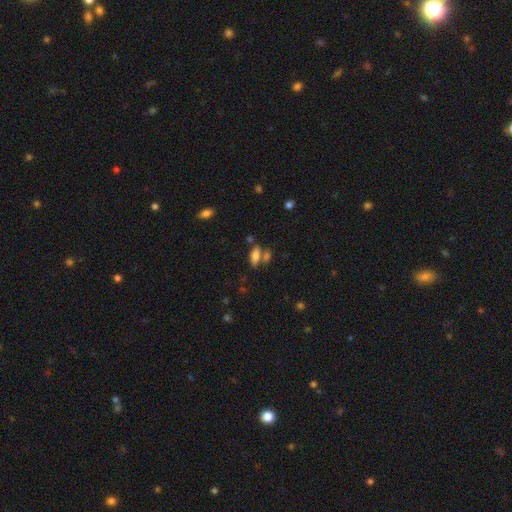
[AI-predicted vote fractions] smooth_or_featured: smooth (p=0.78) [alt: featured or disk p=0.12]
how_rounded: in between (p=0.83) [alt: cigar-shaped p=0.14]
merging: none (p=0.52) [alt: merger p=0.30]